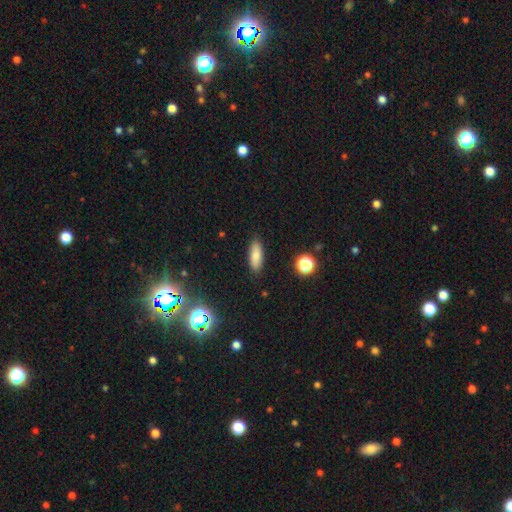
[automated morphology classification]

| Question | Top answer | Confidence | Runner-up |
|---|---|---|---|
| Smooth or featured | smooth | 82% | star or artifact (9%) |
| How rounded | in between | 66% | cigar-shaped (31%) |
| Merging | none | 88% | minor disturbance (9%) |